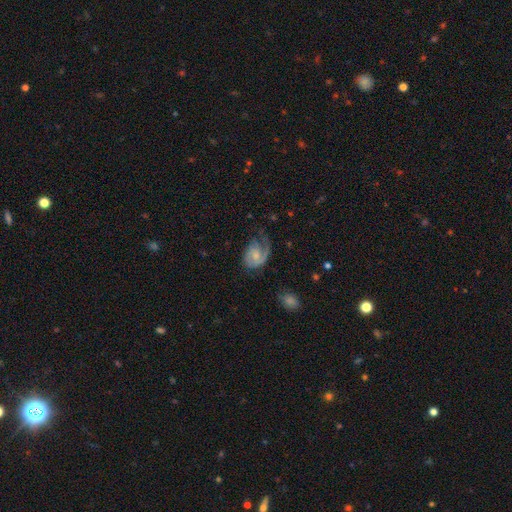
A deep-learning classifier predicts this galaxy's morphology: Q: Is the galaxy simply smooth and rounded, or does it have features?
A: featured or disk — 72%.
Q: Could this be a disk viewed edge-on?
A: no — 97%.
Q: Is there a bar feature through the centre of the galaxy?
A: no — 64%.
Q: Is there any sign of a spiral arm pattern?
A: yes — 92%.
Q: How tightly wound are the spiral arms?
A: medium — 41%.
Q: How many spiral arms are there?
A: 1 — 50%.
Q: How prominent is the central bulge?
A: small — 47%.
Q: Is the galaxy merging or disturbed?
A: none — 44%.